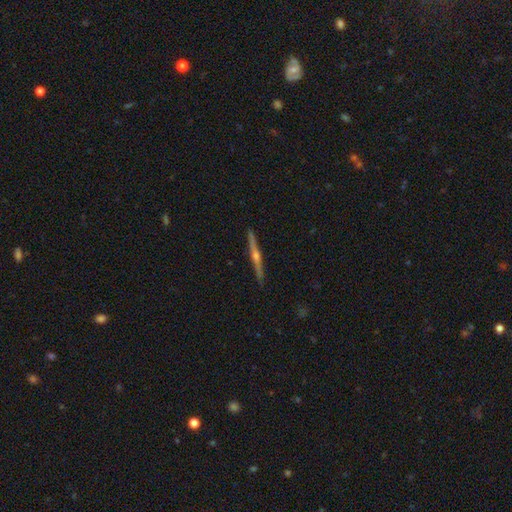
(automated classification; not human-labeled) A featured or disk galaxy (81%) viewed edge-on (98%) with a rounded central bulge (90%). Merging: none (92%).